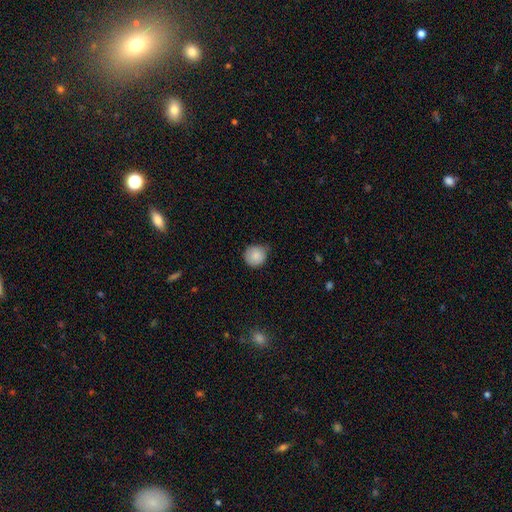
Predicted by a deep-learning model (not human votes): Smooth or featured: smooth — 85% (star or artifact — 8%)
How rounded: round — 89% (in between — 10%)
Merging: none — 60% (minor disturbance — 34%)